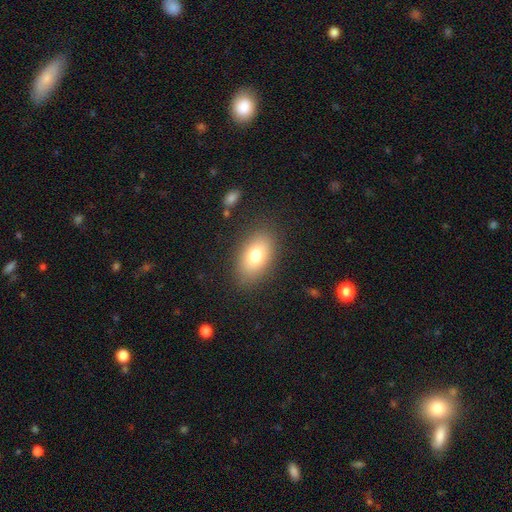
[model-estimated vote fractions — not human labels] Smooth or featured?
  - smooth: 76% *
  - featured or disk: 15%
  - star or artifact: 9%
How rounded?
  - in between: 88% *
  - round: 10%
  - cigar-shaped: 2%
Merging?
  - none: 85% *
  - minor disturbance: 10%
  - major disturbance: 4%
  - merger: 1%